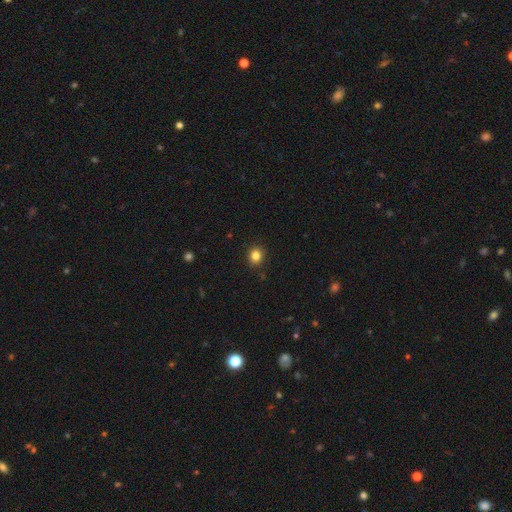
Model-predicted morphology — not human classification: smooth 83%, star or artifact 12%, featured or disk 5%. Down the decision tree: how rounded — round (74%); merging — none (90%).